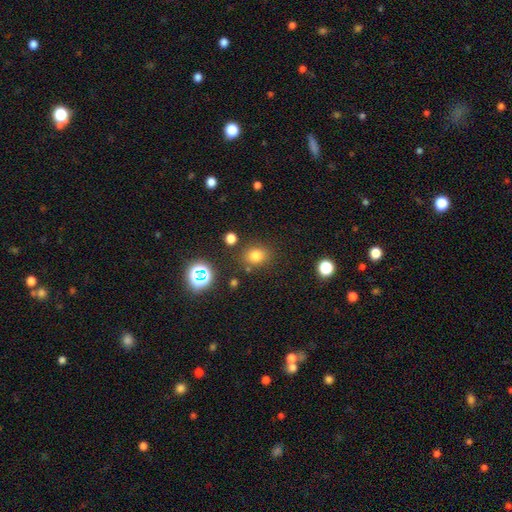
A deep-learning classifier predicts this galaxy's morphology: Smooth or featured? smooth (75%)
How rounded? round (68%)
Merging? none (79%)